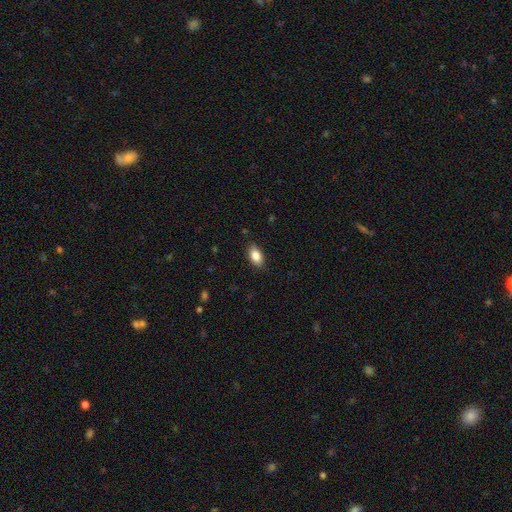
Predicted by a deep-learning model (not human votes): Overall: smooth (86%). How rounded: in between (91%). Merging: none (85%).